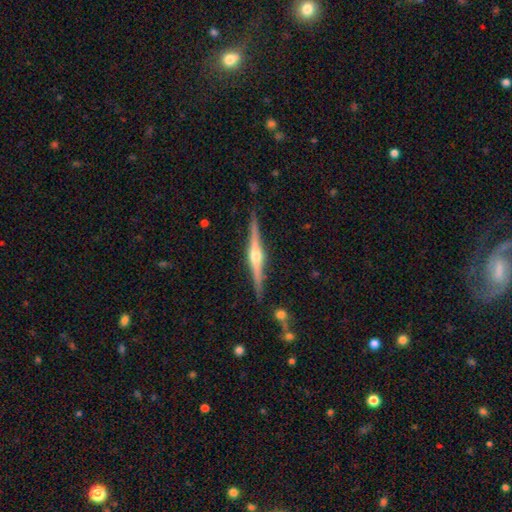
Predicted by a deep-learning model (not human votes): Q: Smooth or featured?
A: featured or disk (83%); runner-up: smooth (12%)
Q: Edge-on disk?
A: yes (98%); runner-up: no (2%)
Q: Edge-on bulge?
A: rounded (93%); runner-up: boxy (4%)
Q: Merging?
A: none (89%); runner-up: minor disturbance (8%)